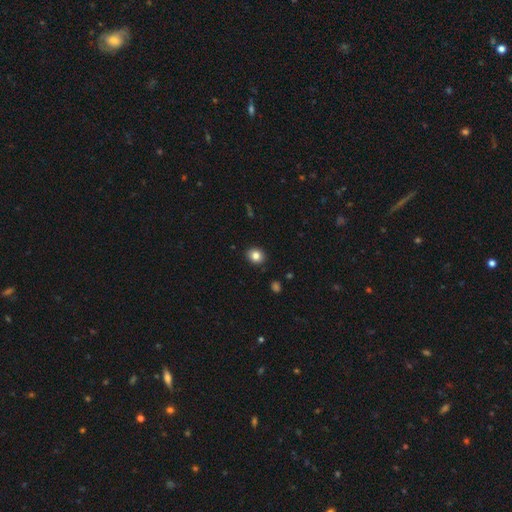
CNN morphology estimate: smooth-or-featured: smooth: 84% | star or artifact: 10% | featured or disk: 6%
  how-rounded: round: 69% | in between: 30% | cigar-shaped: 1%
  merging: none: 90% | minor disturbance: 7% | major disturbance: 2% | merger: 1%